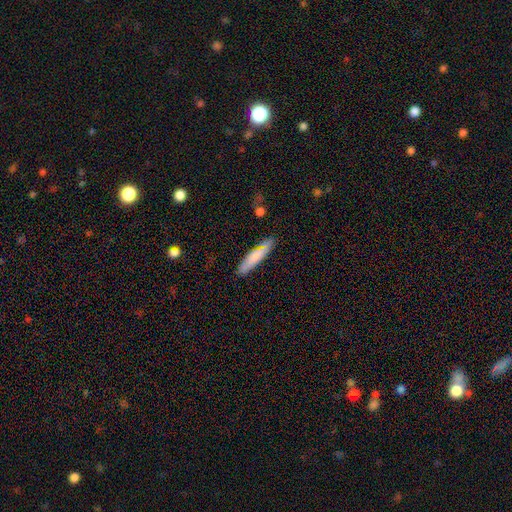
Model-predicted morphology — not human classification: type=smooth (72%); roundness=cigar-shaped (85%); merging=none (83%).